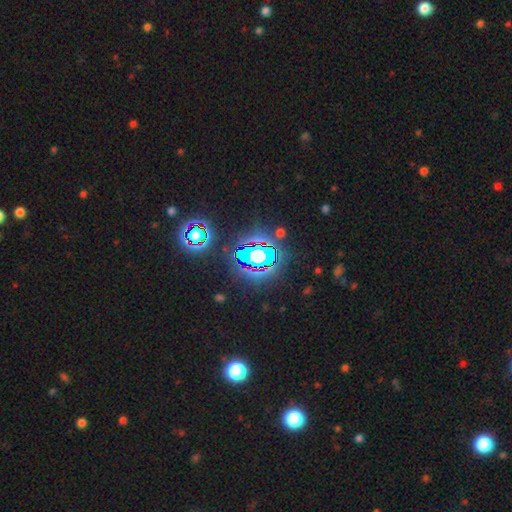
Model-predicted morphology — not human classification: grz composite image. It shows a star or artifact, not a galaxy (67%).